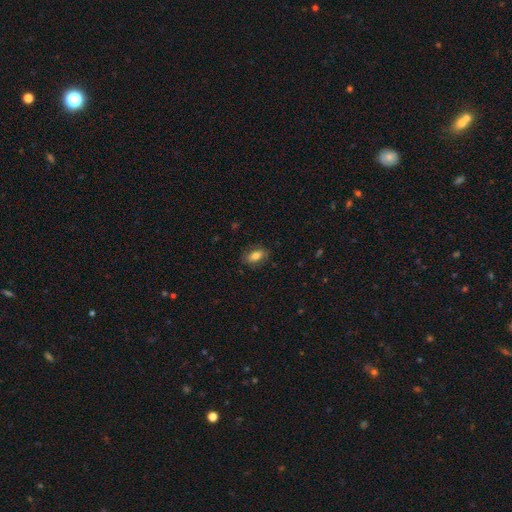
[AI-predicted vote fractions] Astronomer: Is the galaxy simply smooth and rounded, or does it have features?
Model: smooth — 75%.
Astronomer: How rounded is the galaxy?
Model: in between — 87%.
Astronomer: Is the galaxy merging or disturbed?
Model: none — 80%.